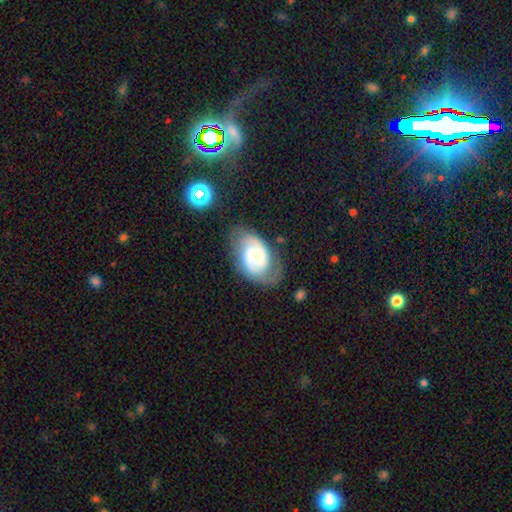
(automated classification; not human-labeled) This is likely a featured or disk galaxy (75%). It is clearly not viewed edge-on (97%). Bar: possibly no (53%). Spiral arm pattern: clearly yes (93%). Spiral arm count: likely 2 (79%). Spiral winding: possibly medium (47%). Central bulge: possibly small (48%). Merging: likely none (64%).